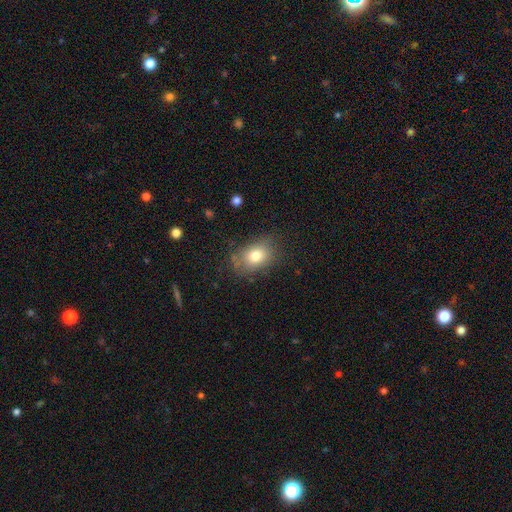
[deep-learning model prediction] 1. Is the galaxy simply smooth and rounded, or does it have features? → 77% smooth, 12% featured or disk, 10% star or artifact.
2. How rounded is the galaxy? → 73% in between, 26% round, 1% cigar-shaped.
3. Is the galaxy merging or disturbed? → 72% none, 20% minor disturbance, 6% major disturbance, 2% merger.